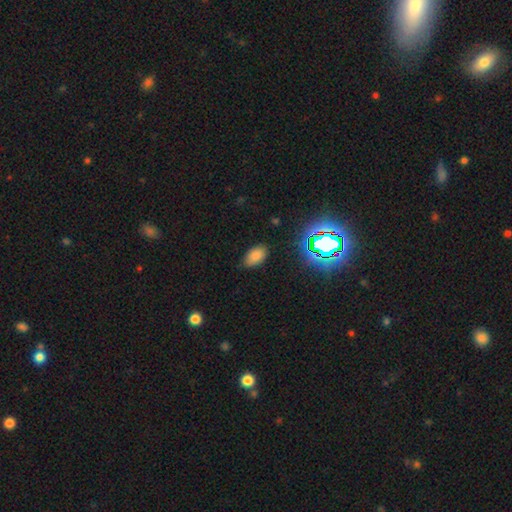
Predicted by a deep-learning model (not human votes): Overall: smooth (76%). How rounded: in between (92%). Merging: none (79%).